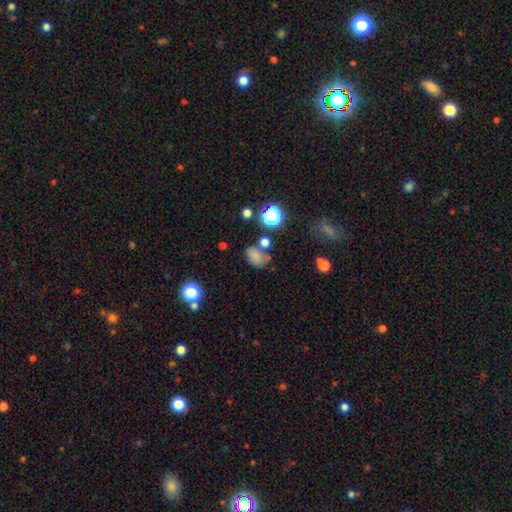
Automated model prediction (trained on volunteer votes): smooth 73%, star or artifact 17%, featured or disk 10%. Down the decision tree: how rounded — in between (69%); merging — none (48%).